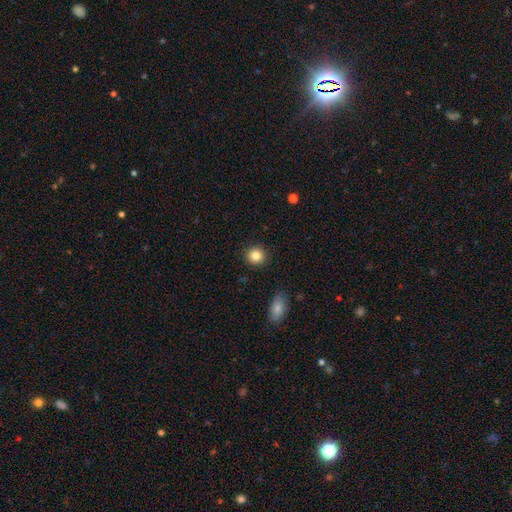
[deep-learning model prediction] The model was most divided on "smooth or featured": smooth: 85%, star or artifact: 10%, featured or disk: 6%. More confident: merging — none (91%); how rounded — round (89%).